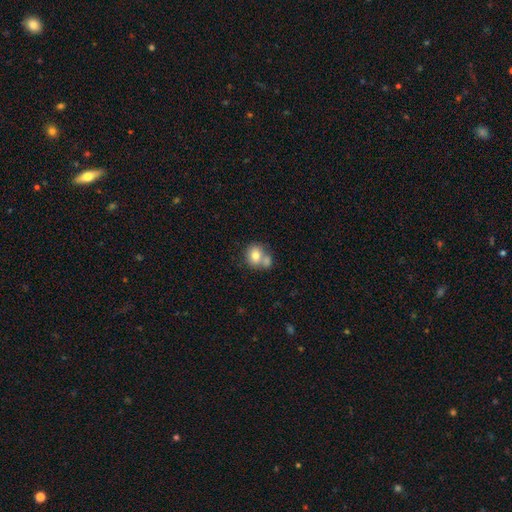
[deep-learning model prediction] Morphology: type=smooth (76%); roundness=round (67%); merging=merger (44%).